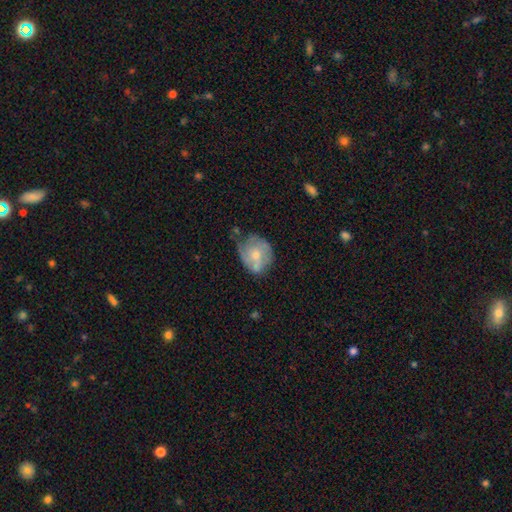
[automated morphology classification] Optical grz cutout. It shows a featured or disk galaxy (52%) with no bar (77%), spiral arms (61%) and a moderate central bulge (50%). Merging: none (45%).